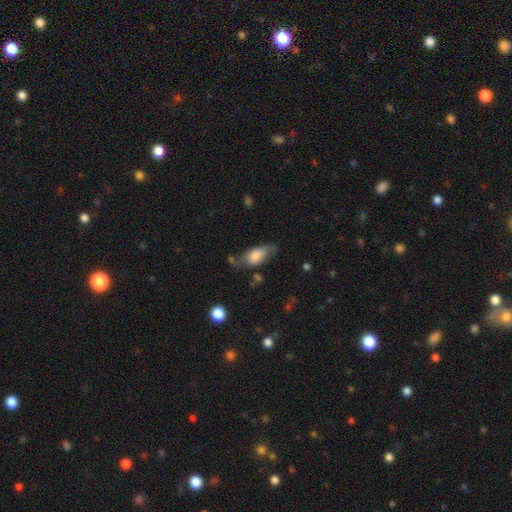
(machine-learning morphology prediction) Smooth or featured? Predicted: smooth (p=0.68). How rounded? Predicted: in between (p=0.84). Merging? Predicted: none (p=0.45).